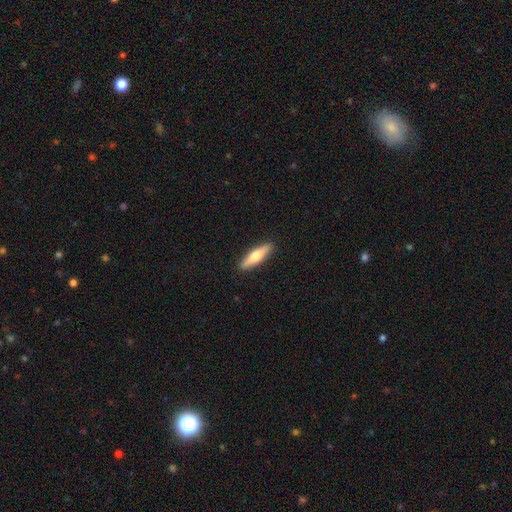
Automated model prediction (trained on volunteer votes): This appears to be a smooth galaxy with no disk features (53%) that is cigar-shaped (74%). Merging: none (91%).